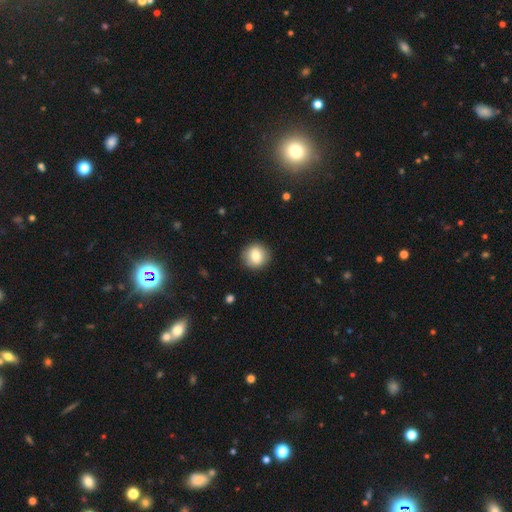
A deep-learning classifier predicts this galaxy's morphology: A smooth galaxy with no disk features (81%) that is round (90%). Merging: none (90%).